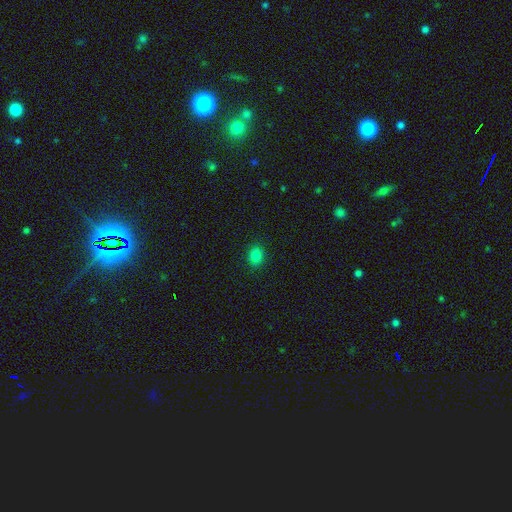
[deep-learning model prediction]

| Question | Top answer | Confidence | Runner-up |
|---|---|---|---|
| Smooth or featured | smooth | 82% | star or artifact (13%) |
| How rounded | in between | 54% | round (44%) |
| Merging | none | 89% | minor disturbance (8%) |